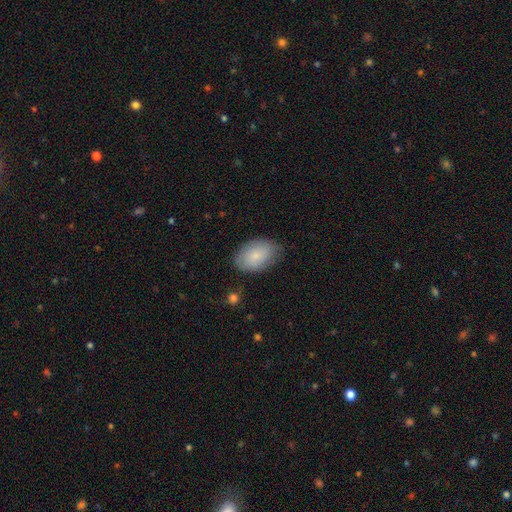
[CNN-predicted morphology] This appears to be a smooth galaxy with no disk features (81%) that is in between round and cigar-shaped (90%). Merging: none (75%).